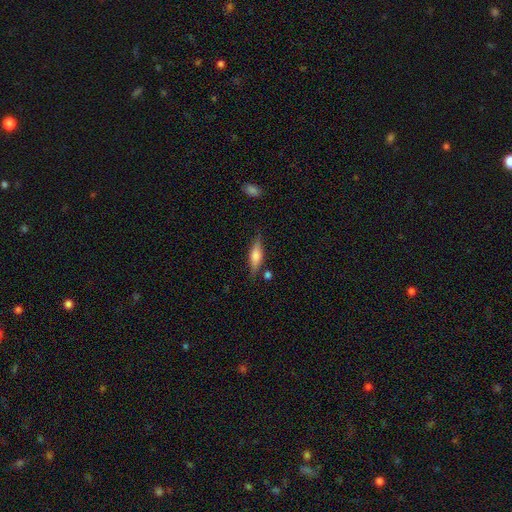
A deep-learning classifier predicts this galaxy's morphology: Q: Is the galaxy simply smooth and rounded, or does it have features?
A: smooth — 50%.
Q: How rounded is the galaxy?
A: cigar-shaped — 51%.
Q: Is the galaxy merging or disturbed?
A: none — 77%.